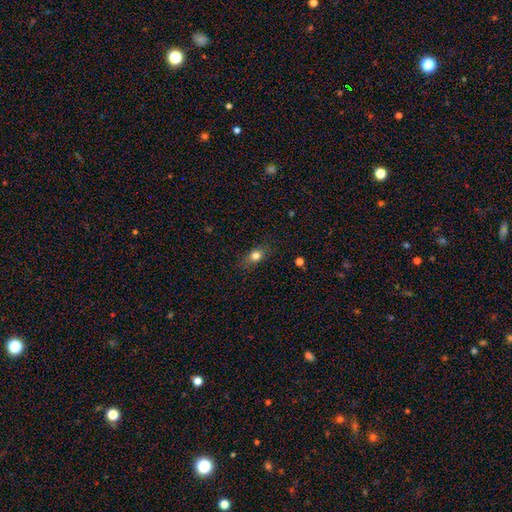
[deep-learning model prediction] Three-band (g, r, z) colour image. It shows a smooth galaxy with no disk features (78%) that is in between round and cigar-shaped (61%). Merging: none (78%).